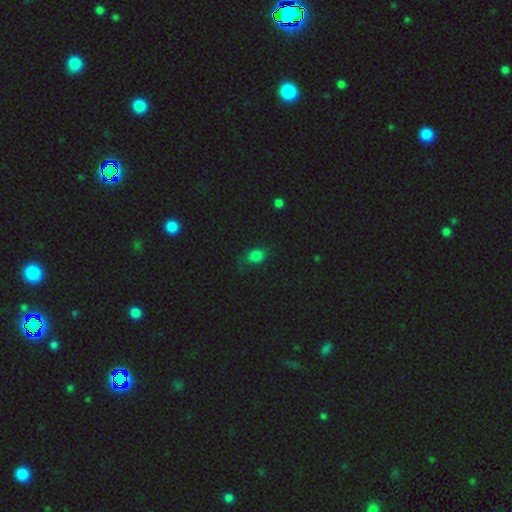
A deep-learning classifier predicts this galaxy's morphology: Overall: smooth (76%). How rounded: in between (54%; round 44%). Merging: none (69%).